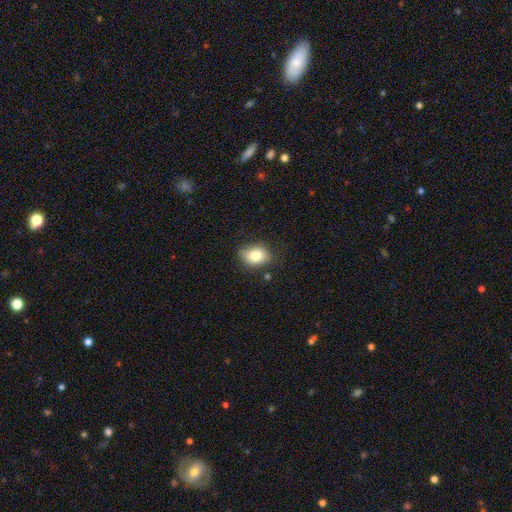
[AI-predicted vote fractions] smooth_or_featured: smooth (p=0.82) [alt: featured or disk p=0.09]
how_rounded: in between (p=0.68) [alt: round p=0.31]
merging: none (p=0.77) [alt: minor disturbance p=0.17]